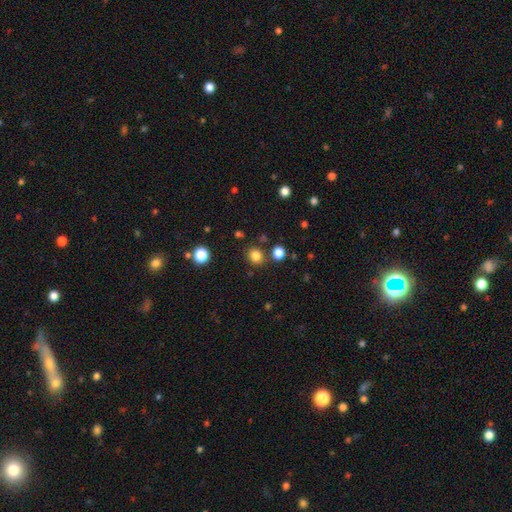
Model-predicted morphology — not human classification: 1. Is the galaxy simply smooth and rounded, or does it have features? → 82% smooth, 14% star or artifact, 5% featured or disk.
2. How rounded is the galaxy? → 80% round, 19% in between, 1% cigar-shaped.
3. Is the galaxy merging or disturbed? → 83% none, 8% minor disturbance, 6% merger, 3% major disturbance.